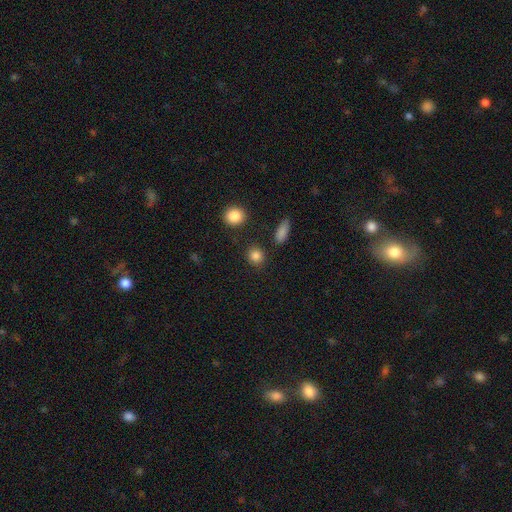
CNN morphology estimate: smooth_or_featured: smooth (p=0.86) [alt: star or artifact p=0.10]
how_rounded: round (p=0.86) [alt: in between p=0.12]
merging: none (p=0.86) [alt: minor disturbance p=0.07]